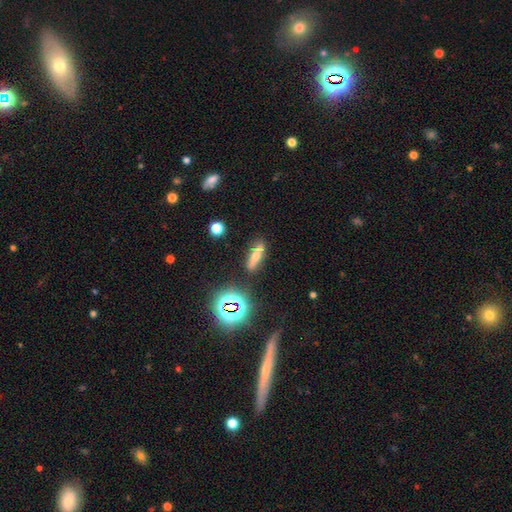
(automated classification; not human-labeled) Smooth or featured?
  - smooth: 44% *
  - featured or disk: 36%
  - star or artifact: 19%
Merging?
  - none: 72% *
  - minor disturbance: 14%
  - merger: 9%
  - major disturbance: 5%